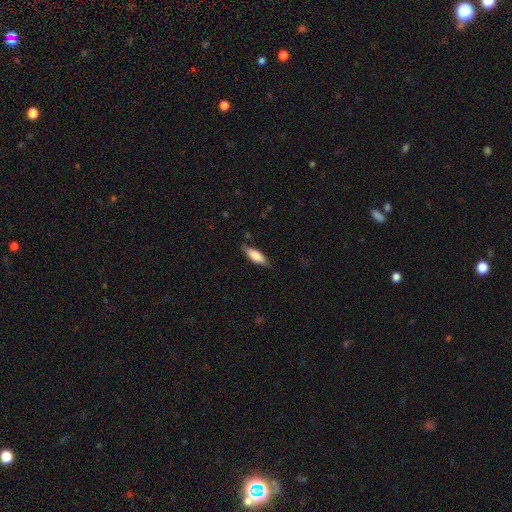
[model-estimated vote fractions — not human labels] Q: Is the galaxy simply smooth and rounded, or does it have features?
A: smooth — 78%.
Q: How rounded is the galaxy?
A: in between — 65%.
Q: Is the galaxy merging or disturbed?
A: none — 75%.